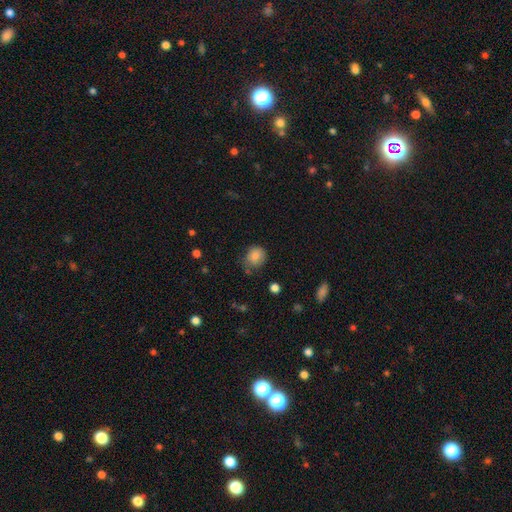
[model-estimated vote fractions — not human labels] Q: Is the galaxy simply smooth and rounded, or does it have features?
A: smooth — 84%.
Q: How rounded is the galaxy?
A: round — 69%.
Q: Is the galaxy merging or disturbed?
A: none — 62%.